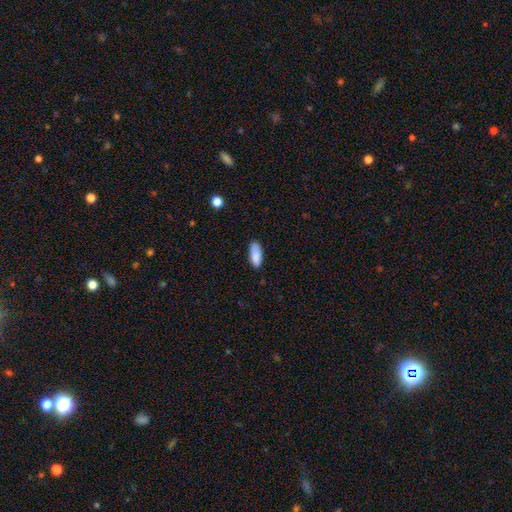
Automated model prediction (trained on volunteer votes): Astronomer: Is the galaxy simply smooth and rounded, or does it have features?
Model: smooth — 88%.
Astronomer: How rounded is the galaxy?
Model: in between — 79%.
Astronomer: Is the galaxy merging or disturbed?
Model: none — 83%.